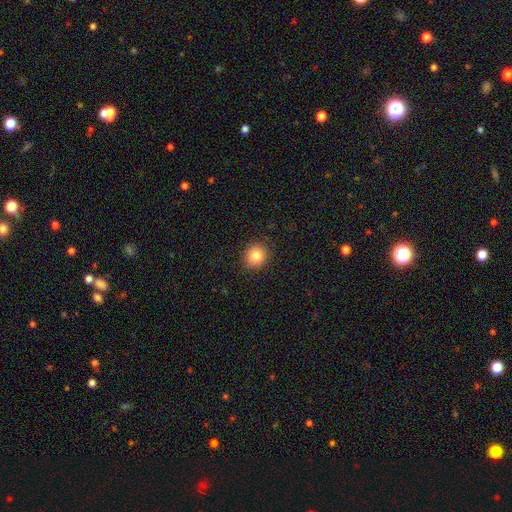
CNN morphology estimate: Smooth or featured: smooth — 84% (star or artifact — 10%)
How rounded: round — 84% (in between — 16%)
Merging: none — 89% (minor disturbance — 8%)